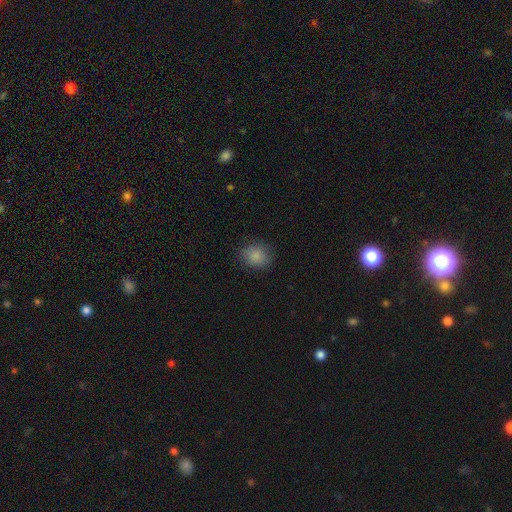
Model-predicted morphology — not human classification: This appears to be a smooth galaxy with no disk features (85%) that is round (61%). Merging: none (83%).